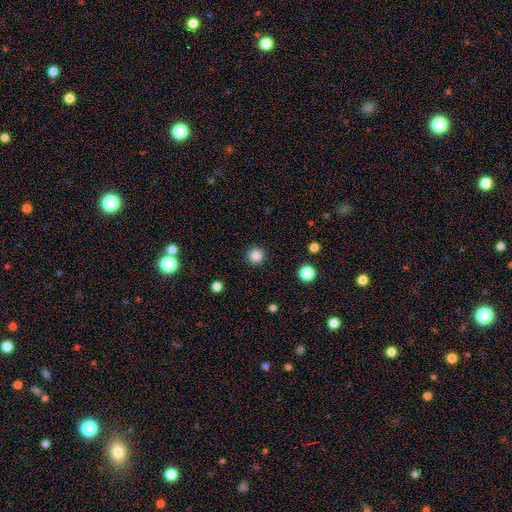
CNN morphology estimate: A smooth galaxy with no disk features (84%) that is round (95%).

Vote fractions:
- Smooth or featured? smooth: 84% / star or artifact: 12% / featured or disk: 4%
- How rounded? round: 95% / in between: 4% / cigar-shaped: 1%
- Merging? none: 92% / minor disturbance: 5% / major disturbance: 2% / merger: 1%